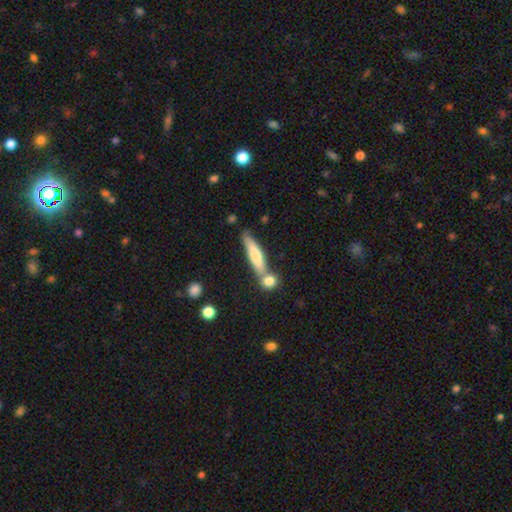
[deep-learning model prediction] Morphology: type=smooth (59%); roundness=cigar-shaped (86%); merging=none (64%).